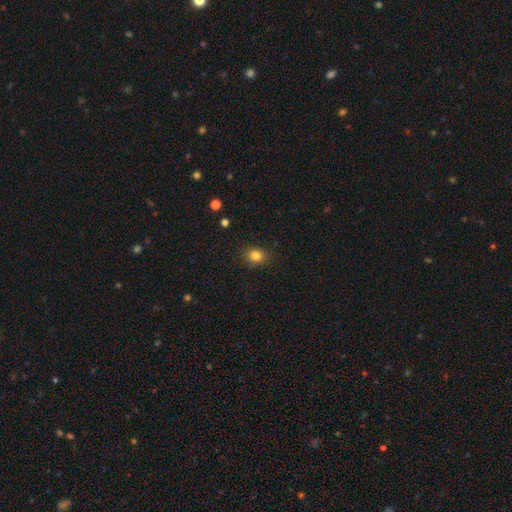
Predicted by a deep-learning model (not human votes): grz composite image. It shows a smooth galaxy with no disk features (83%) that is round (63%). Merging: none (87%).